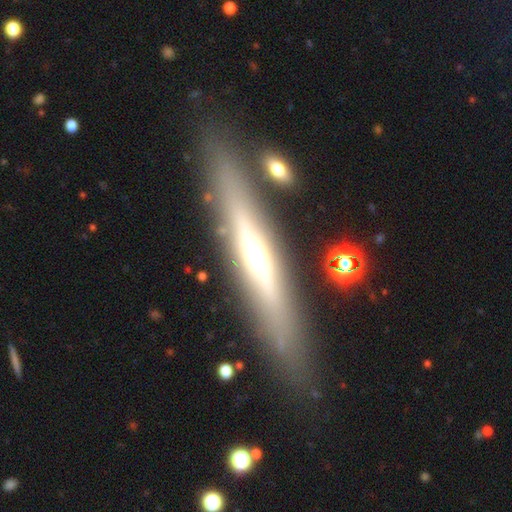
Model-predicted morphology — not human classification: smooth_or_featured: featured or disk (p=0.66) [alt: smooth p=0.27]
disk_edge_on: yes (p=0.88) [alt: no p=0.12]
edge_on_bulge: rounded (p=0.84) [alt: none p=0.11]
merging: none (p=0.84) [alt: minor disturbance p=0.10]